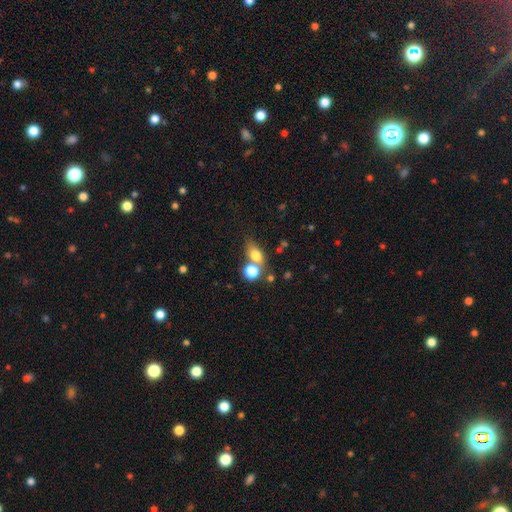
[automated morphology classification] This appears to be a smooth galaxy with no disk features (74%) that is in between round and cigar-shaped (59%). Merging: none (45%).